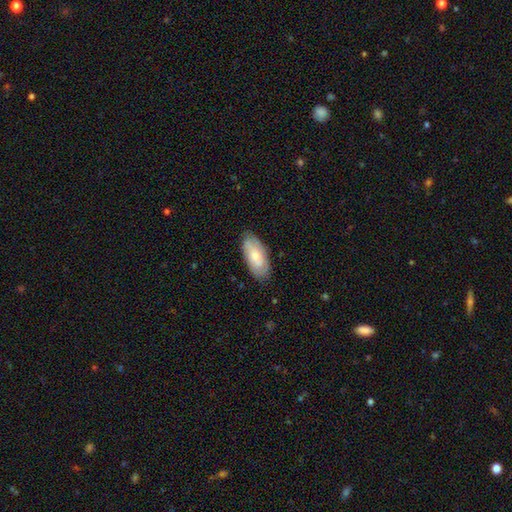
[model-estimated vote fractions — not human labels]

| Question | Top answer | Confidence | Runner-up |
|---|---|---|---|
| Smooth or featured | smooth | 57% | featured or disk (37%) |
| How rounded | in between | 90% | cigar-shaped (8%) |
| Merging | none | 79% | minor disturbance (17%) |